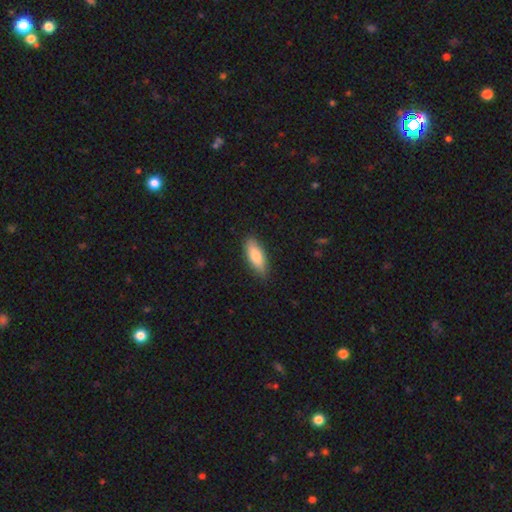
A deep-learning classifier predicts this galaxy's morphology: smooth_or_featured: smooth (p=0.78) [alt: featured or disk p=0.16]
how_rounded: in between (p=0.68) [alt: cigar-shaped p=0.30]
merging: none (p=0.84) [alt: minor disturbance p=0.12]